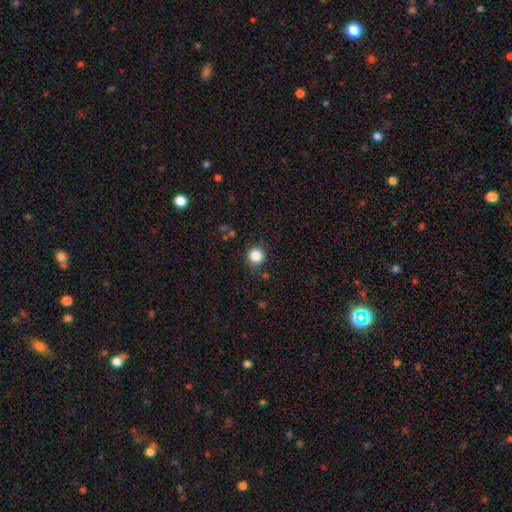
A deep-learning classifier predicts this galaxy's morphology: smooth 85%, star or artifact 11%, featured or disk 4%. Down the decision tree: how rounded — round (93%); merging — none (86%).